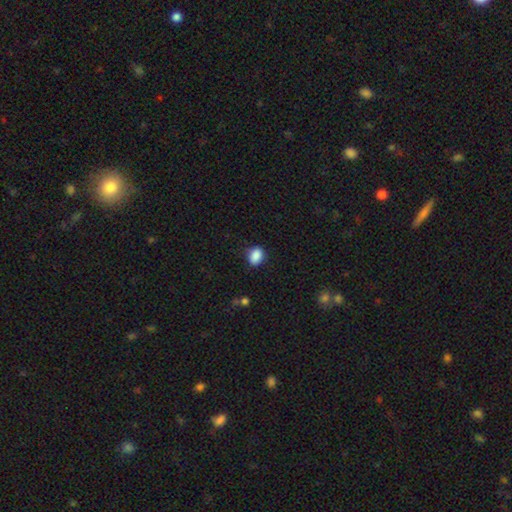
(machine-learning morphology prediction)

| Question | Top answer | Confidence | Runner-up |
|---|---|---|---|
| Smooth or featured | smooth | 88% | star or artifact (9%) |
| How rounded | in between | 69% | round (29%) |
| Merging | none | 80% | minor disturbance (15%) |